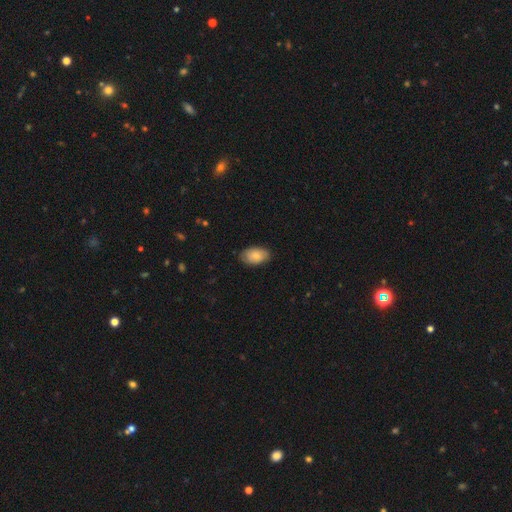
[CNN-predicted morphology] Smooth or featured: smooth — 79% (featured or disk — 14%)
How rounded: in between — 93% (round — 6%)
Merging: none — 82% (minor disturbance — 15%)